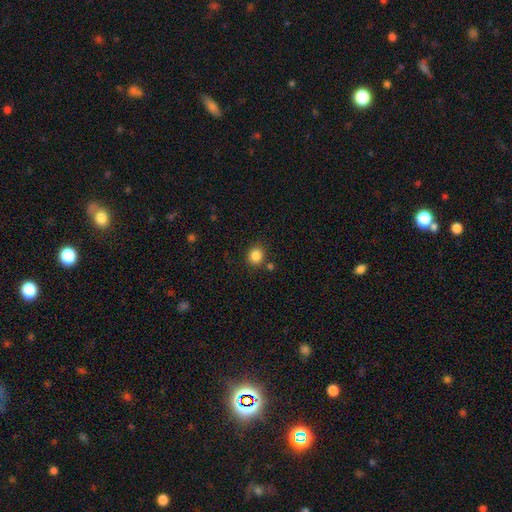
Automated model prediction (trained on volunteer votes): This is clearly a smooth galaxy (85%). How rounded: likely round (74%). Merging: clearly none (81%).